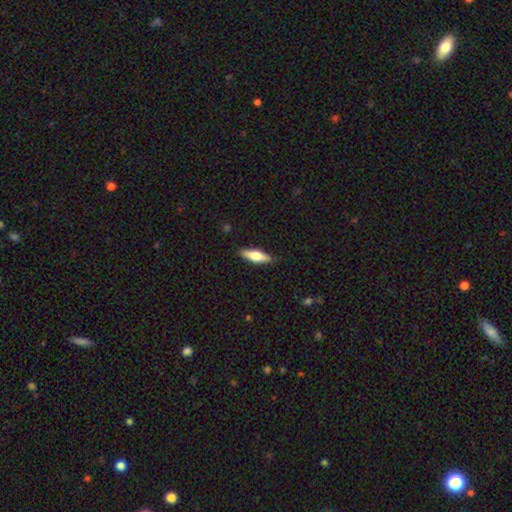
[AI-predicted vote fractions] This is possibly a smooth galaxy (50%). Merging: clearly none (88%).